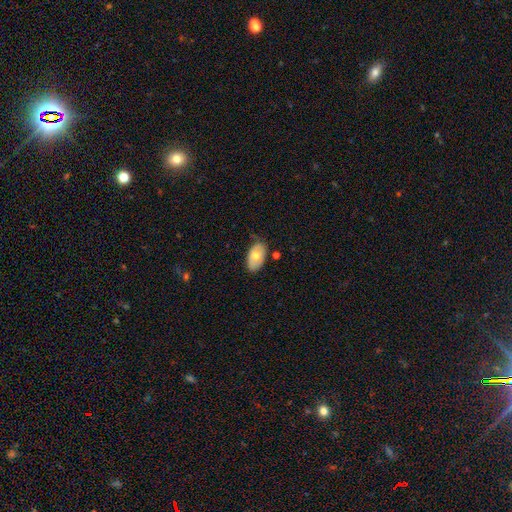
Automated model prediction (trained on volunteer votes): Overall: smooth (65%; featured or disk 29%). How rounded: in between (93%). Merging: none (73%).